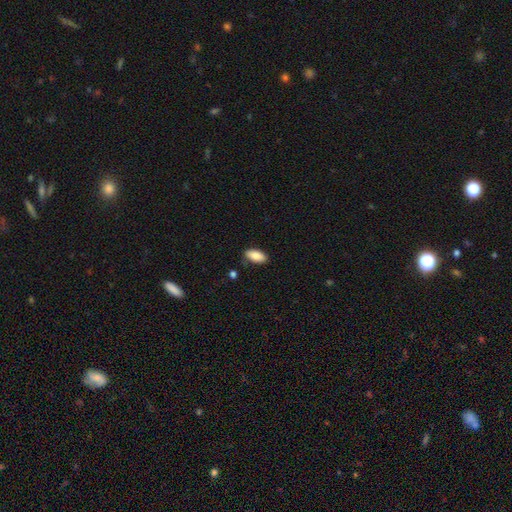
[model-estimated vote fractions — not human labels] The model was most divided on "merging": none: 83%, minor disturbance: 13%, major disturbance: 2%, merger: 2%. More confident: how rounded — in between (92%); smooth or featured — smooth (88%).